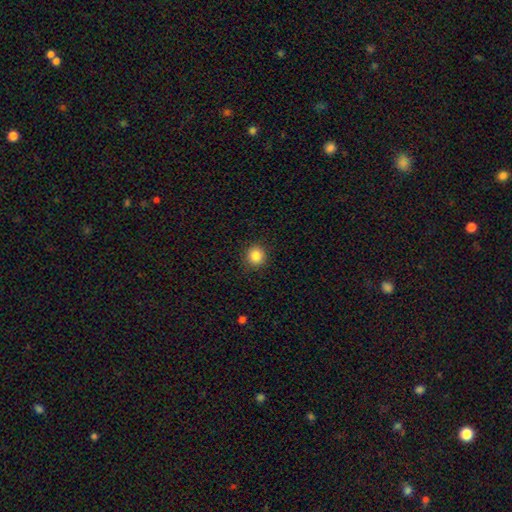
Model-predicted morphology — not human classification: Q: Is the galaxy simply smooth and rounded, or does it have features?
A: smooth — 85%.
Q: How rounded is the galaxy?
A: round — 91%.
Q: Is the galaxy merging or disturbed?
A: none — 91%.